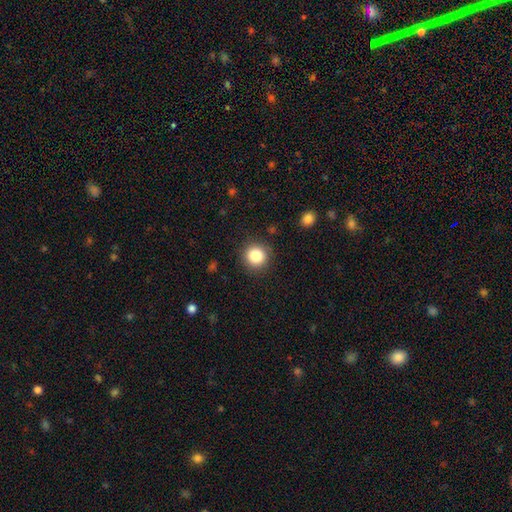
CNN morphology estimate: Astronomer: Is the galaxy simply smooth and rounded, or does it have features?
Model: smooth — 85%.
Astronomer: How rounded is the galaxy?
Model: round — 93%.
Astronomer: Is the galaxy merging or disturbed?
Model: none — 89%.